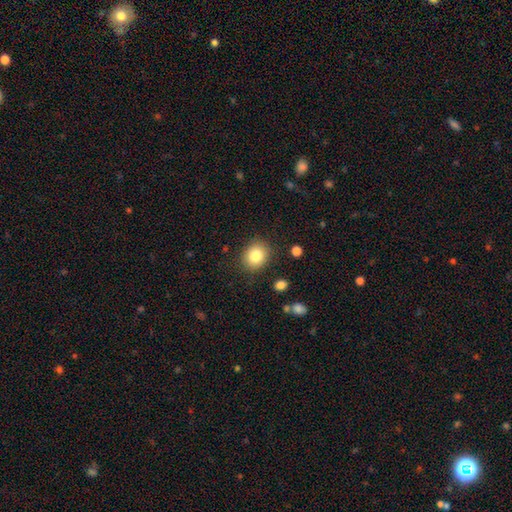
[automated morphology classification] Smooth or featured?
  - smooth: 84% *
  - star or artifact: 9%
  - featured or disk: 7%
How rounded?
  - round: 66% *
  - in between: 33%
  - cigar-shaped: 1%
Merging?
  - none: 86% *
  - minor disturbance: 9%
  - major disturbance: 3%
  - merger: 2%